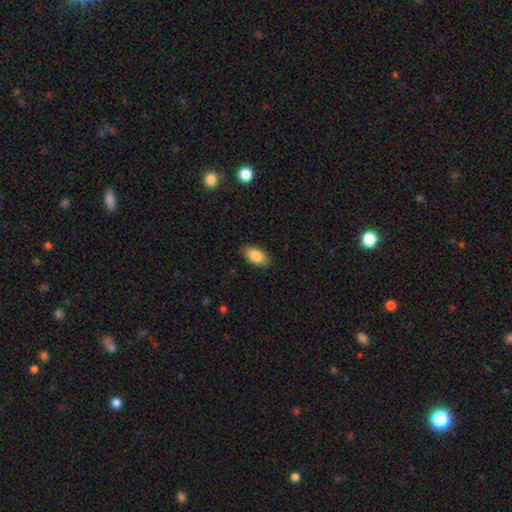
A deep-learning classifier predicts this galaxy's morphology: Q: Smooth or featured?
A: smooth (85%); runner-up: featured or disk (8%)
Q: How rounded?
A: in between (93%); runner-up: round (4%)
Q: Merging?
A: none (87%); runner-up: minor disturbance (9%)